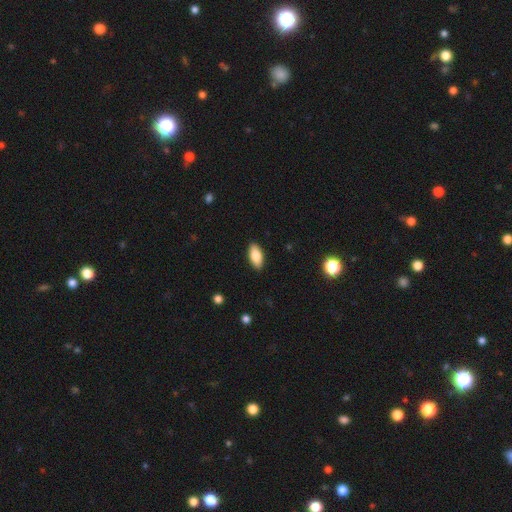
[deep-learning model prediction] smooth_or_featured: smooth (p=0.82) [alt: featured or disk p=0.12]
how_rounded: in between (p=0.88) [alt: cigar-shaped p=0.09]
merging: none (p=0.89) [alt: minor disturbance p=0.08]